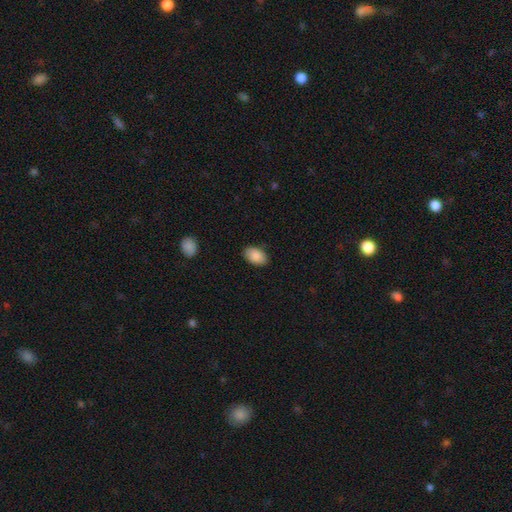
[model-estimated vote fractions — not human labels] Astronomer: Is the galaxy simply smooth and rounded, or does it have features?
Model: smooth — 90%.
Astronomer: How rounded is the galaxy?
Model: in between — 91%.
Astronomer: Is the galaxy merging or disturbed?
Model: none — 87%.